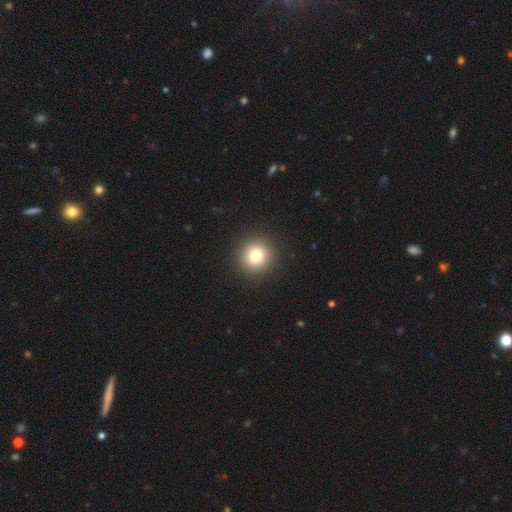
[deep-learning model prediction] This appears to be a smooth galaxy with no disk features (79%) that is round (94%). Merging: none (92%).